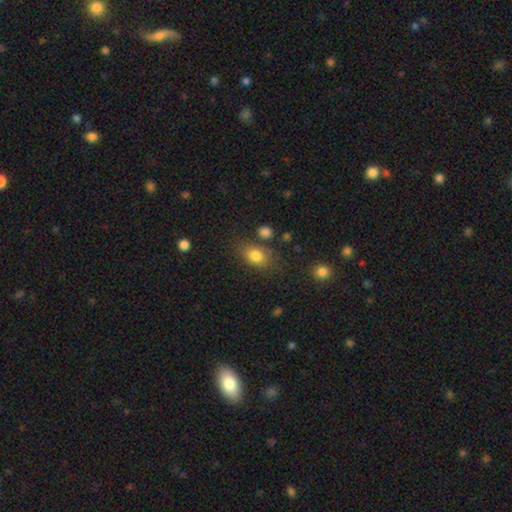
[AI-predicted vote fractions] A smooth galaxy with no disk features (80%) that is in between round and cigar-shaped (76%).

Vote fractions:
- Smooth or featured? smooth: 80% / featured or disk: 10% / star or artifact: 10%
- How rounded? in between: 76% / round: 22% / cigar-shaped: 2%
- Merging? none: 68% / minor disturbance: 18% / merger: 7% / major disturbance: 7%